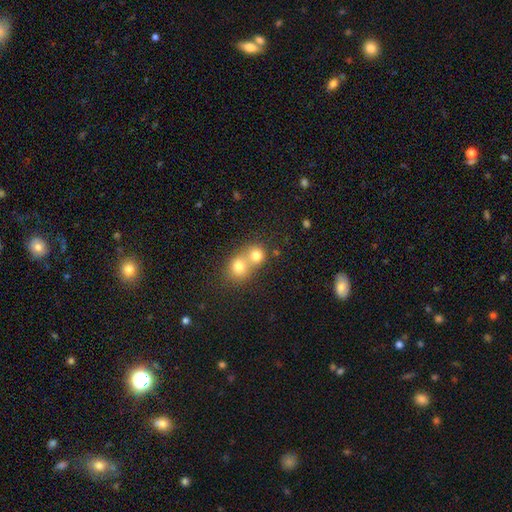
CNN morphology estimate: This appears to be a smooth galaxy with no disk features (62%) that is round (78%). Merging: merger (54%).